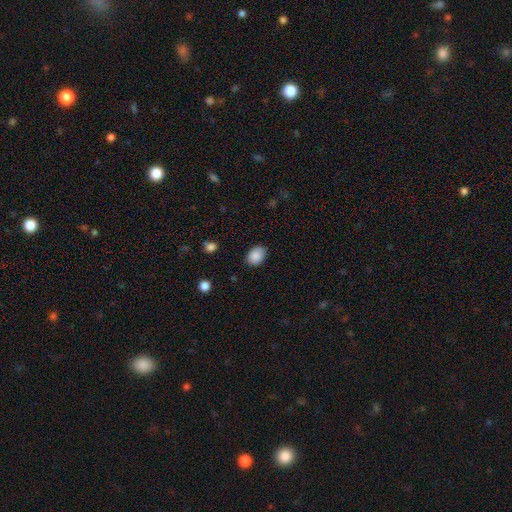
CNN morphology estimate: Smooth or featured: smooth — 88% (star or artifact — 8%)
How rounded: in between — 73% (round — 27%)
Merging: none — 82% (minor disturbance — 14%)